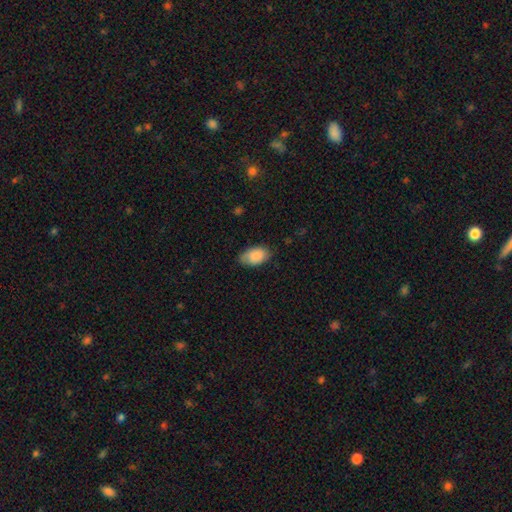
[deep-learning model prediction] Smooth or featured? smooth (86%)
How rounded? in between (94%)
Merging? none (73%)